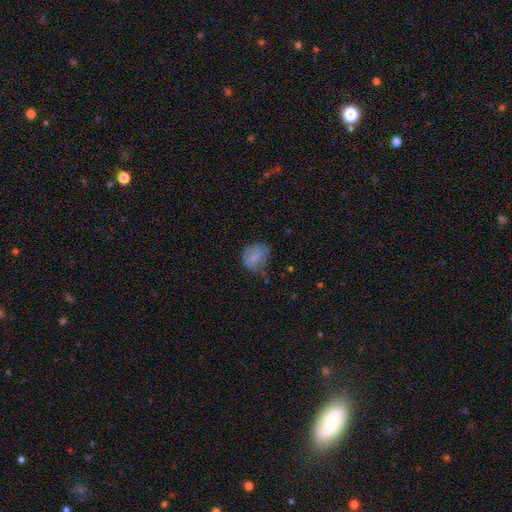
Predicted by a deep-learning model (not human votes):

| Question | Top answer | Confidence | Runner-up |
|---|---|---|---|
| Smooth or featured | smooth | 76% | featured or disk (15%) |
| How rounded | round | 65% | in between (34%) |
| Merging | none | 46% | minor disturbance (36%) |